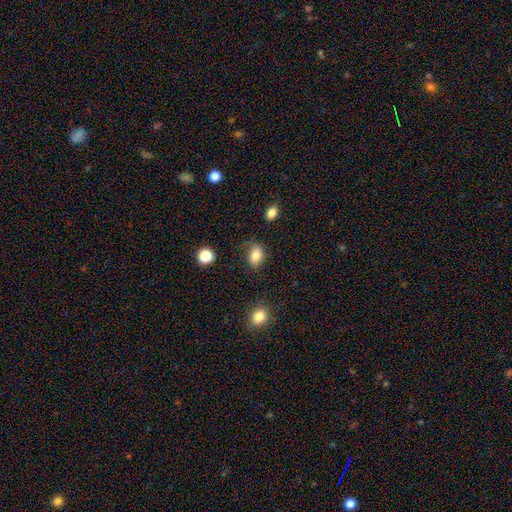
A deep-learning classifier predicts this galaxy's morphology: The model was most divided on "how rounded": in between: 72%, round: 27%, cigar-shaped: 1%. More confident: smooth or featured — smooth (82%); merging — none (74%).